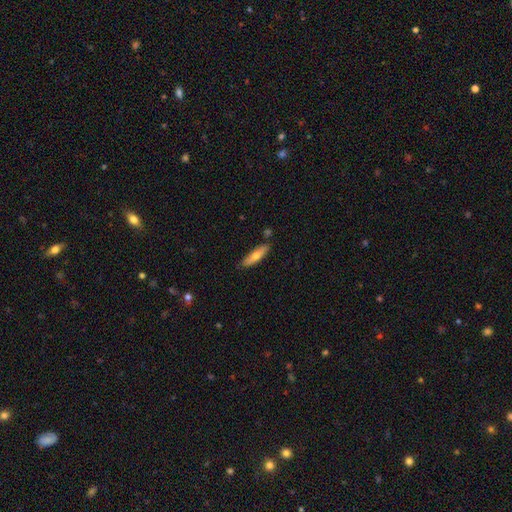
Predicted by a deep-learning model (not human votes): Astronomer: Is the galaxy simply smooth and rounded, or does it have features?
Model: smooth — 58% (runner-up: featured or disk, 35%).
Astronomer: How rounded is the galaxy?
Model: cigar-shaped — 71%.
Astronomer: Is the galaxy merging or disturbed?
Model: none — 85%.